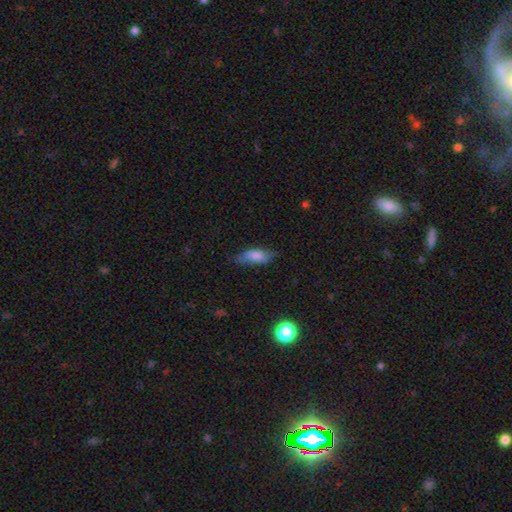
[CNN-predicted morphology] A smooth galaxy with no disk features (78%) that is in between round and cigar-shaped (70%).

Vote fractions:
- Smooth or featured? smooth: 78% / featured or disk: 14% / star or artifact: 7%
- How rounded? in between: 70% / cigar-shaped: 27% / round: 2%
- Merging? none: 69% / minor disturbance: 23% / major disturbance: 6% / merger: 1%